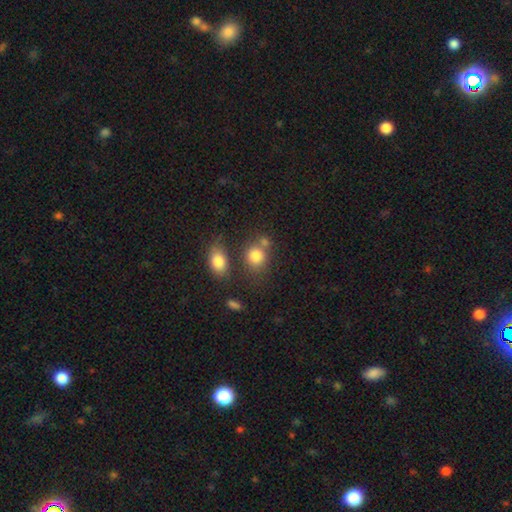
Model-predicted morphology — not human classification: Smooth or featured? smooth (81%)
How rounded? round (67%)
Merging? none (56%)